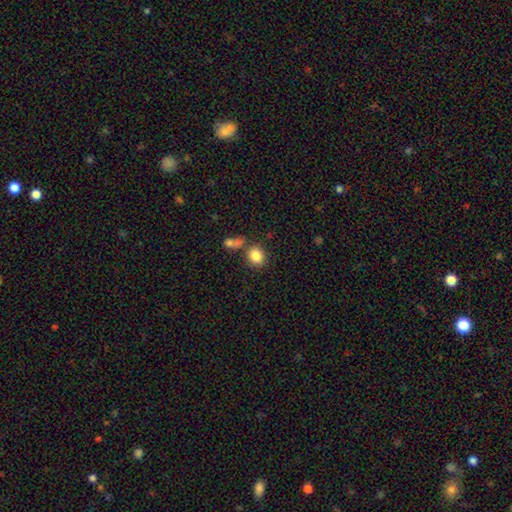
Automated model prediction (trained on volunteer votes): Smooth or featured? Predicted: smooth (p=0.84). How rounded? Predicted: round (p=0.70). Merging? Predicted: none (p=0.69).